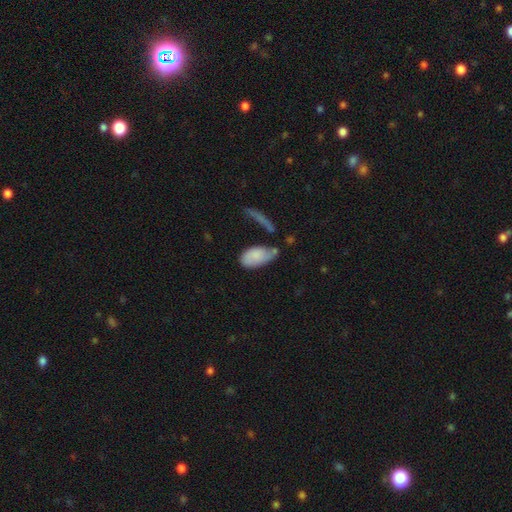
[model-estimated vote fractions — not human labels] The model was most divided on "merging": none: 39%, minor disturbance: 30%, major disturbance: 16%, merger: 15%. More confident: how rounded — in between (92%); smooth or featured — smooth (75%).